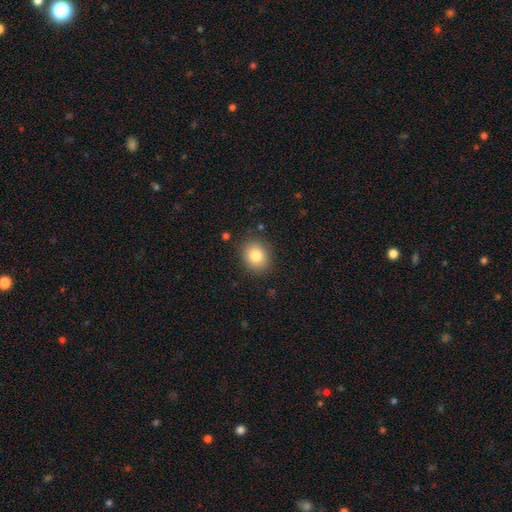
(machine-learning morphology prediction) type=smooth (82%); roundness=round (58%); merging=none (86%).